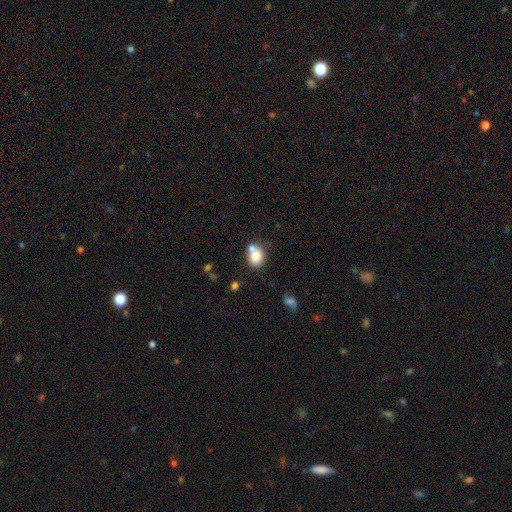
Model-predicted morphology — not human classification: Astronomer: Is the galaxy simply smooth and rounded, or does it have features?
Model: smooth — 78%.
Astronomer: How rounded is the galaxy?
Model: round — 51% (runner-up: in between, 48%).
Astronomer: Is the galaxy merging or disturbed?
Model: none — 46% (runner-up: merger, 37%).